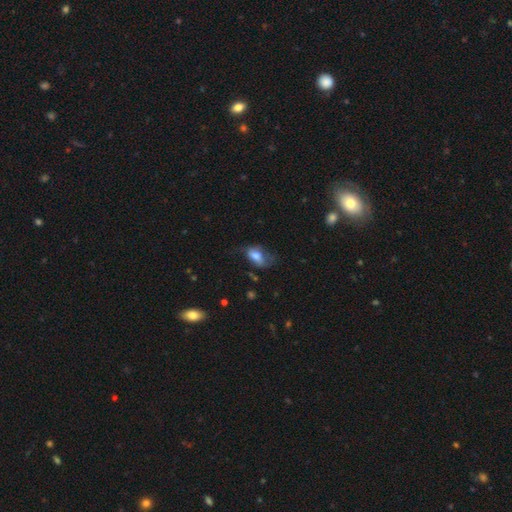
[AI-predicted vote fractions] Smooth or featured? Predicted: smooth (p=0.68). How rounded? Predicted: in between (p=0.88). Merging? Predicted: none (p=0.36).